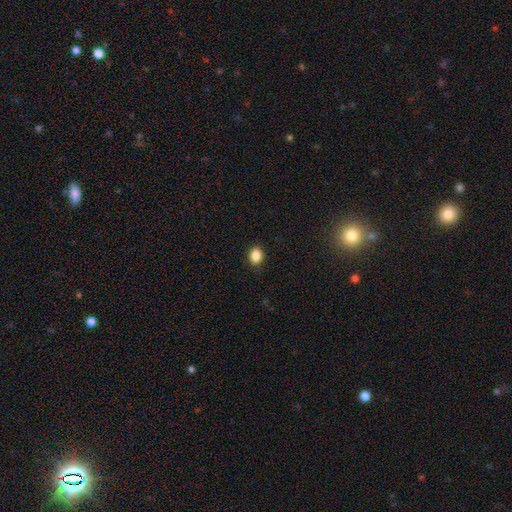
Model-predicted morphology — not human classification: This appears to be a smooth galaxy with no disk features (87%) that is in between round and cigar-shaped (53%). Merging: none (87%).